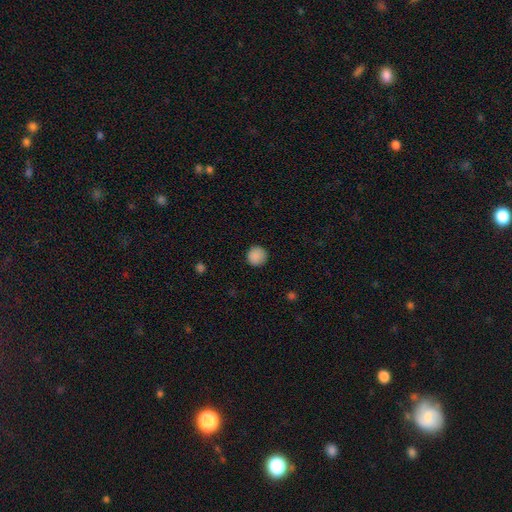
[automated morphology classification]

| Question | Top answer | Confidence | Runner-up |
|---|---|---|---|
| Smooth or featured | smooth | 89% | star or artifact (8%) |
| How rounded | round | 95% | in between (4%) |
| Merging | none | 90% | minor disturbance (7%) |